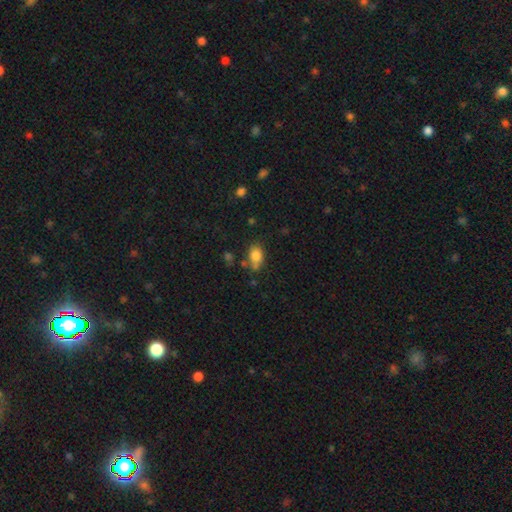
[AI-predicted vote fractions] Smooth or featured?
  - smooth: 82% *
  - star or artifact: 9%
  - featured or disk: 8%
How rounded?
  - in between: 81% *
  - round: 18%
  - cigar-shaped: 2%
Merging?
  - none: 60% *
  - minor disturbance: 23%
  - merger: 11%
  - major disturbance: 6%